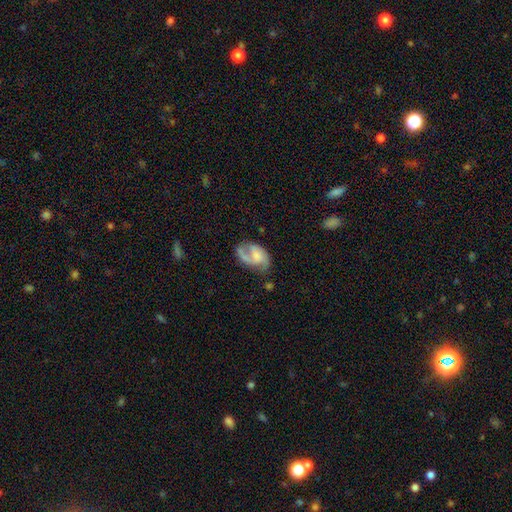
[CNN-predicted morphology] A featured or disk galaxy (58%) with no bar (60%), spiral arms (79%) and no central bulge (34%).

Vote fractions:
- Smooth or featured? featured or disk: 58% / smooth: 34% / star or artifact: 8%
- Edge-on disk? no: 97% / yes: 3%
- Bar? no: 60% / weak: 33% / strong: 7%
- Spiral arms? yes: 79% / no: 21%
- Bulge size? none: 34% / small: 28% / moderate: 27% / large: 9% / dominant: 2%
- Merging? none: 42% / minor disturbance: 27% / major disturbance: 25% / merger: 5%